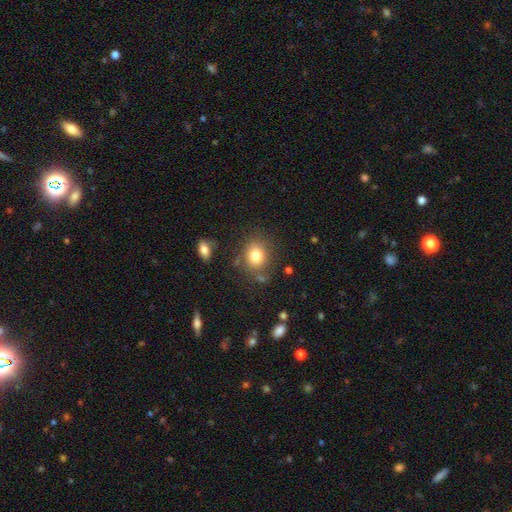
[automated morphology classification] A smooth galaxy with no disk features (79%) that is round (64%). Merging: none (78%).